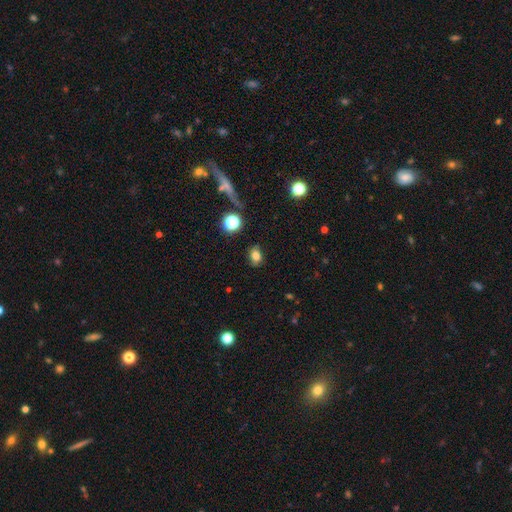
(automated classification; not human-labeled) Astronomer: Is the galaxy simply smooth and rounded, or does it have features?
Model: smooth — 77%.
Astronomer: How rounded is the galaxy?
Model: in between — 71%.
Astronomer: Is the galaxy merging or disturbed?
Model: none — 81%.